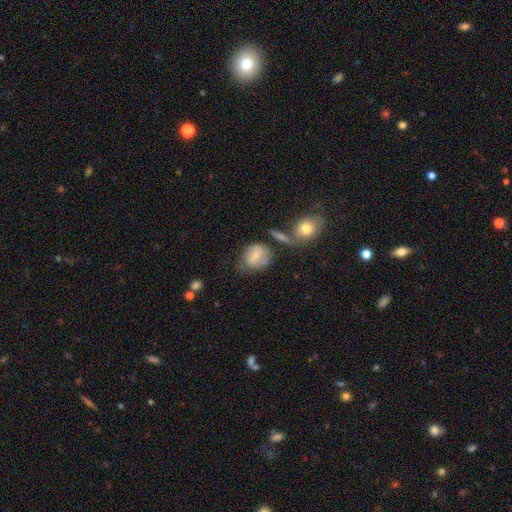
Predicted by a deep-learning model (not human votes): smooth 66%, featured or disk 26%, star or artifact 8%. Down the decision tree: how rounded — round (61%); merging — none (49%).